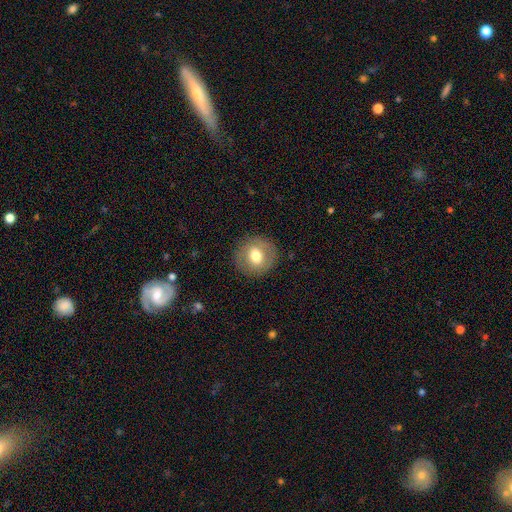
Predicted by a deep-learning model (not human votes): Q: Smooth or featured?
A: smooth (68%); runner-up: featured or disk (23%)
Q: How rounded?
A: round (89%); runner-up: in between (10%)
Q: Merging?
A: none (88%); runner-up: minor disturbance (8%)